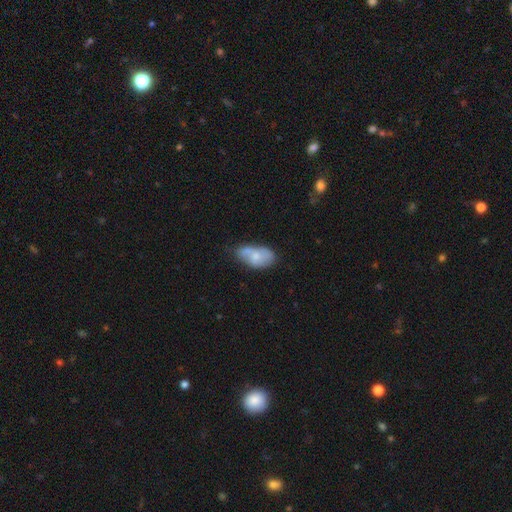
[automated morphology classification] A smooth galaxy with no disk features (59%) that is in between round and cigar-shaped (93%). Merging: none (46%).